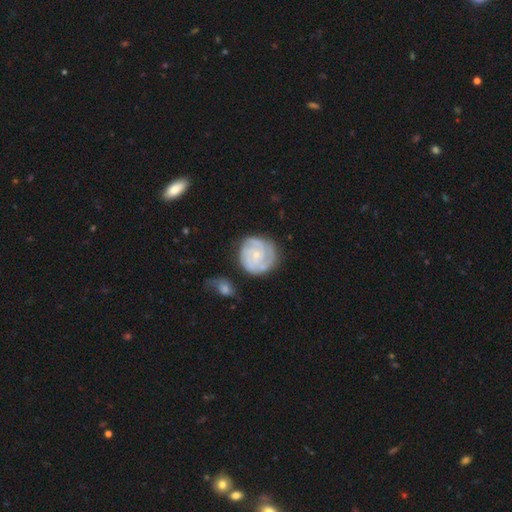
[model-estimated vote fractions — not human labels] Smooth or featured? featured or disk (77%)
Edge-on disk? no (98%)
Bar? no (78%)
Spiral arms? yes (93%)
Spiral winding? tight (73%)
Spiral arm count? 3 (31%)
Bulge size? small (76%)
Merging? none (69%)